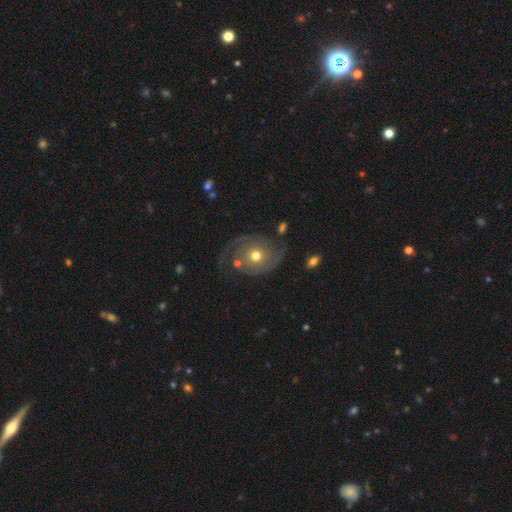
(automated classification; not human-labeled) Q: Smooth or featured?
A: featured or disk (75%); runner-up: smooth (18%)
Q: Edge-on disk?
A: no (97%); runner-up: yes (3%)
Q: Bar?
A: no (82%); runner-up: weak (15%)
Q: Spiral arms?
A: yes (88%); runner-up: no (12%)
Q: Spiral winding?
A: medium (41%); runner-up: tight (35%)
Q: Spiral arm count?
A: 2 (76%); runner-up: 1 (11%)
Q: Bulge size?
A: moderate (73%); runner-up: small (19%)
Q: Merging?
A: none (63%); runner-up: minor disturbance (18%)